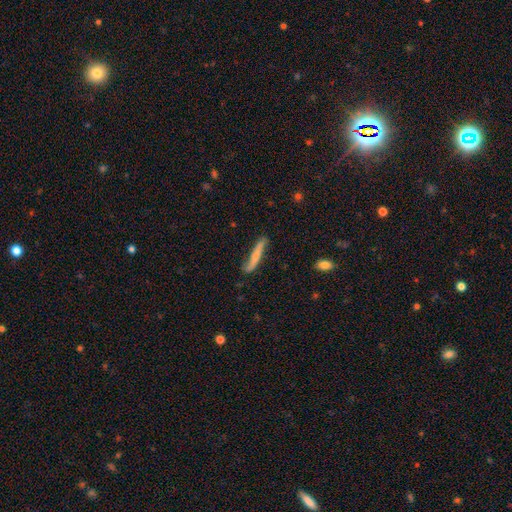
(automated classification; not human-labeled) smooth-or-featured: smooth: 61% | featured or disk: 33% | star or artifact: 6%
  how-rounded: cigar-shaped: 93% | in between: 6% | round: 2%
  merging: none: 69% | minor disturbance: 23% | major disturbance: 5% | merger: 3%